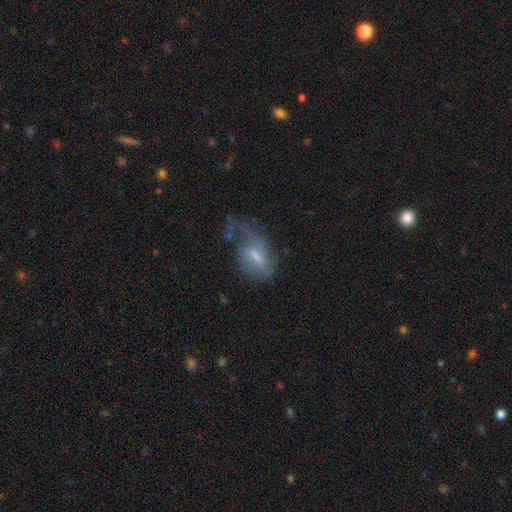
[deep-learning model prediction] A featured or disk galaxy (65%) with a weak bar (55%), spiral arms (77%) and a moderate central bulge (42%). Merging: major disturbance (43%).